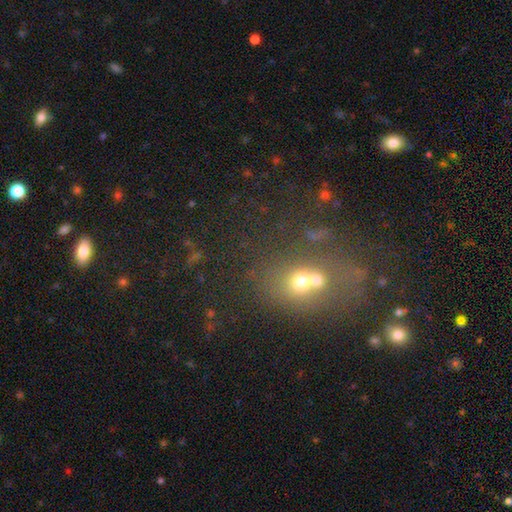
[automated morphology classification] This is possibly a smooth galaxy (46%). Merging: marginally none (44%).